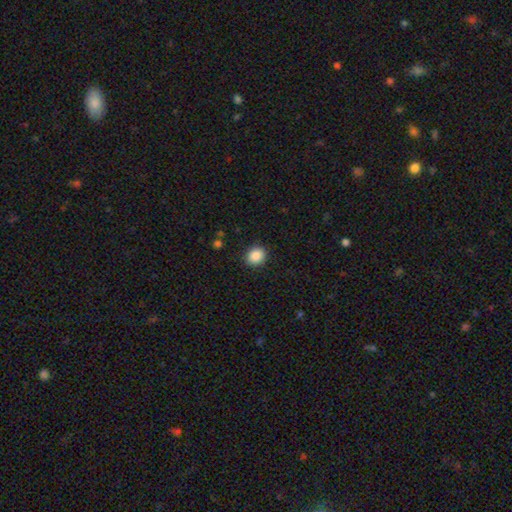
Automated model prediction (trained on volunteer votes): This is clearly a smooth galaxy (88%). How rounded: likely round (70%). Merging: clearly none (89%).